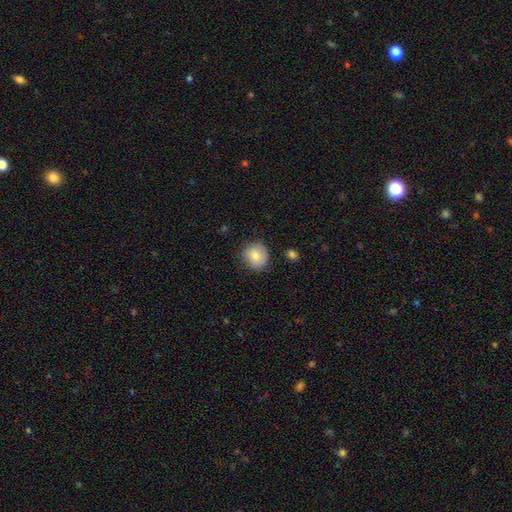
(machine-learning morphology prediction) smooth_or_featured: smooth (p=0.81) [alt: featured or disk p=0.11]
how_rounded: round (p=0.82) [alt: in between p=0.17]
merging: none (p=0.81) [alt: minor disturbance p=0.14]